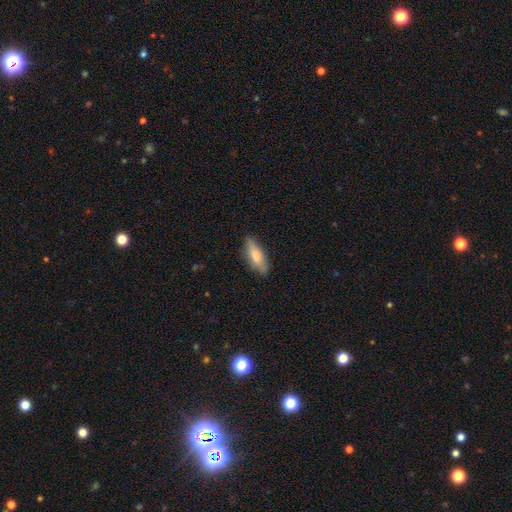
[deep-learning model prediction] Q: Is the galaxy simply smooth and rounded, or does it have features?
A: smooth — 77%.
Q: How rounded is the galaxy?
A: in between — 59%.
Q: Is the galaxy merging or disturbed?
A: none — 77%.